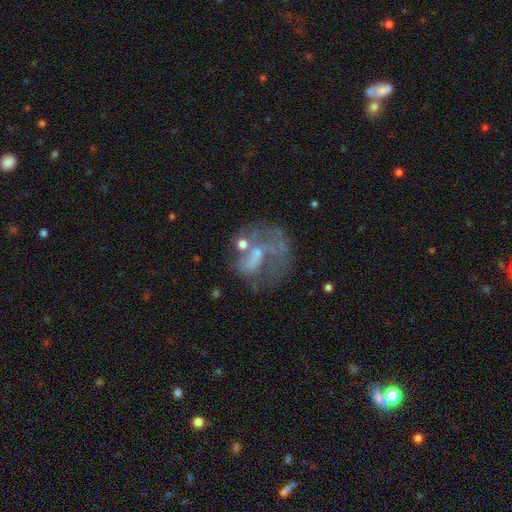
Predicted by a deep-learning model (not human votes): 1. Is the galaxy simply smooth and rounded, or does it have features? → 60% featured or disk, 26% smooth, 14% star or artifact.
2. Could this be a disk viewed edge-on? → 97% no, 3% yes.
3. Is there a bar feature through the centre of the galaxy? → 61% no, 30% weak, 9% strong.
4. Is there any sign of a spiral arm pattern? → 54% no, 46% yes.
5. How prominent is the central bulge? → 38% none, 36% small, 21% moderate, 3% large, 1% dominant.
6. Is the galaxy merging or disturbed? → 38% major disturbance, 34% none, 17% minor disturbance, 11% merger.